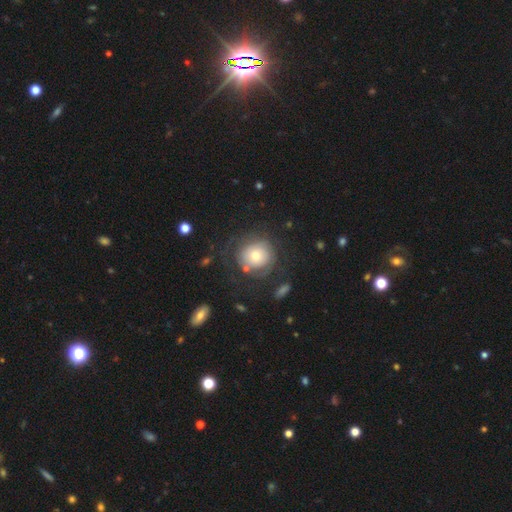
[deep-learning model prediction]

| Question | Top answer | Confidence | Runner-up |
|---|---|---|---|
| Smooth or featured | smooth | 54% | featured or disk (37%) |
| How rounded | round | 88% | in between (11%) |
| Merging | none | 67% | major disturbance (15%) |